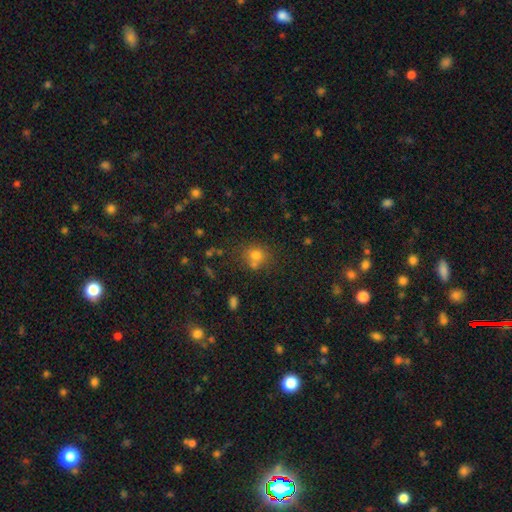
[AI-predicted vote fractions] Morphology: type=smooth (73%); roundness=round (76%); merging=none (57%).